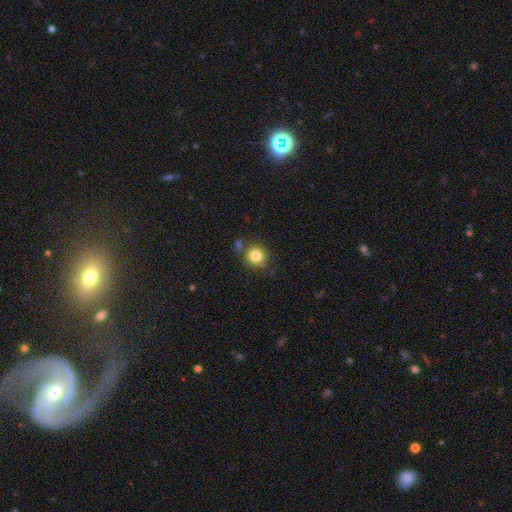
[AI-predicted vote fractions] This appears to be a smooth galaxy with no disk features (82%) that is round (91%). Merging: none (75%).